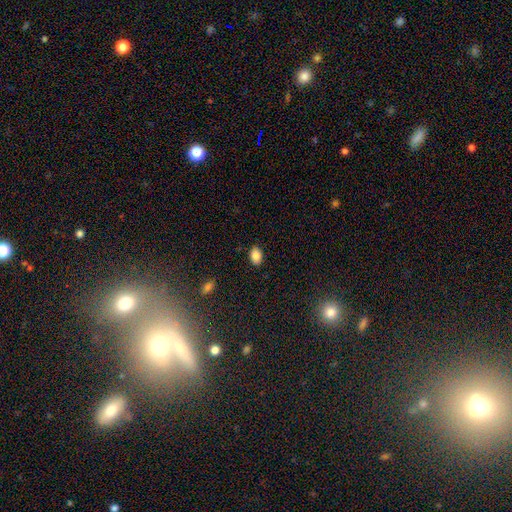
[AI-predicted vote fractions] smooth_or_featured: smooth (p=0.86) [alt: star or artifact p=0.09]
how_rounded: in between (p=0.83) [alt: round p=0.15]
merging: none (p=0.87) [alt: minor disturbance p=0.10]